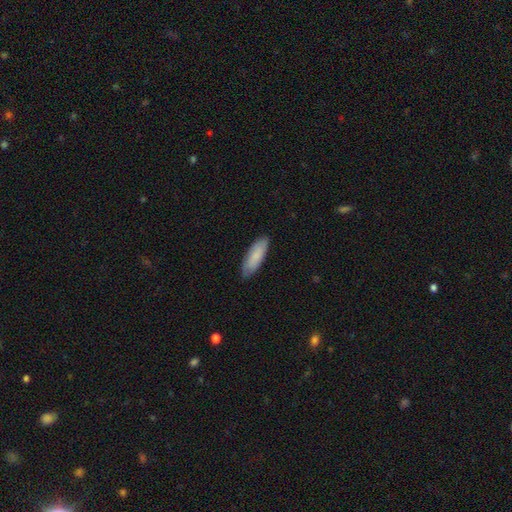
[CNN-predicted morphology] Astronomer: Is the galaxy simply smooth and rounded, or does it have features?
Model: smooth — 82%.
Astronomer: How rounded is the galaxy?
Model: in between — 59% (runner-up: cigar-shaped, 39%).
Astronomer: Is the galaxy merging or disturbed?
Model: none — 84%.